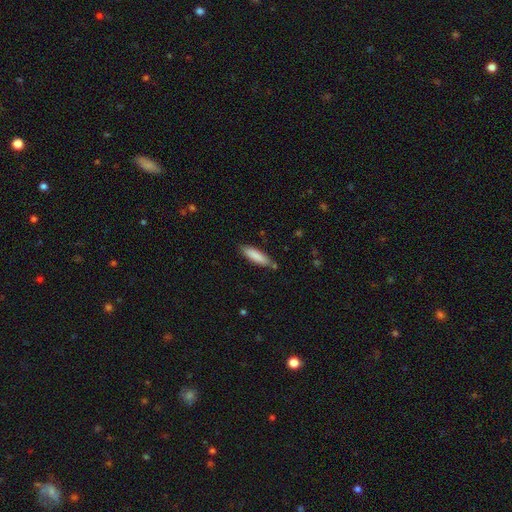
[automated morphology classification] Smooth or featured: smooth — 86% (featured or disk — 9%)
How rounded: cigar-shaped — 65% (in between — 34%)
Merging: none — 79% (minor disturbance — 14%)